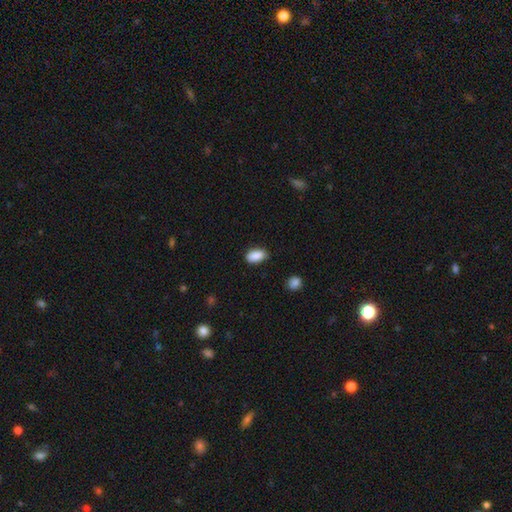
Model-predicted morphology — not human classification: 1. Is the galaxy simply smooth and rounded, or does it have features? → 89% smooth, 7% star or artifact, 4% featured or disk.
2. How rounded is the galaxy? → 92% in between, 5% round, 3% cigar-shaped.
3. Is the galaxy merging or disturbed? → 81% none, 15% minor disturbance, 3% major disturbance, 1% merger.